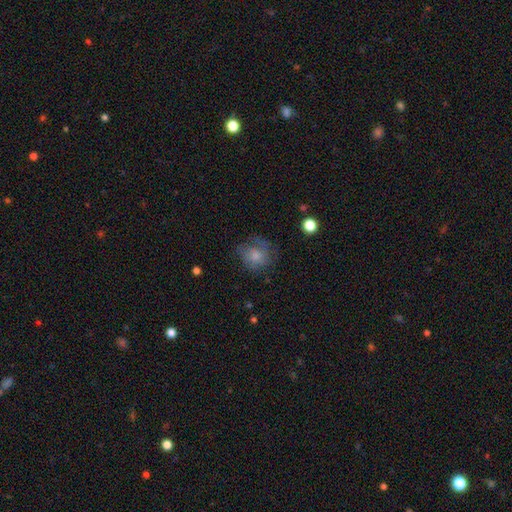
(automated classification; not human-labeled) smooth_or_featured: smooth (p=0.68) [alt: featured or disk p=0.22]
how_rounded: round (p=0.72) [alt: in between p=0.27]
merging: none (p=0.56) [alt: minor disturbance p=0.25]